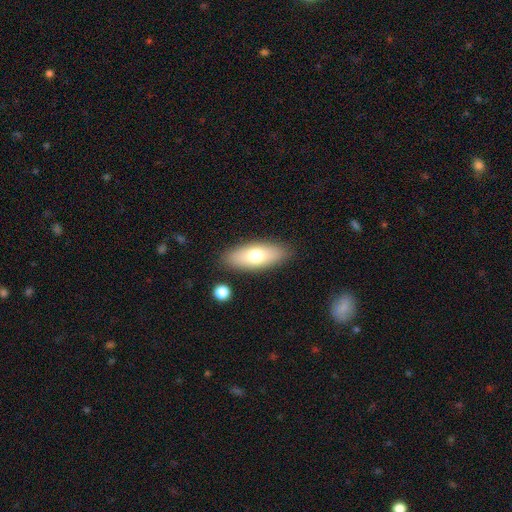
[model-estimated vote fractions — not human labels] A smooth galaxy with no disk features (69%) that is in between round and cigar-shaped (78%).

Vote fractions:
- Smooth or featured? smooth: 69% / featured or disk: 24% / star or artifact: 7%
- How rounded? in between: 78% / cigar-shaped: 19% / round: 3%
- Merging? none: 86% / minor disturbance: 9% / major disturbance: 3% / merger: 2%